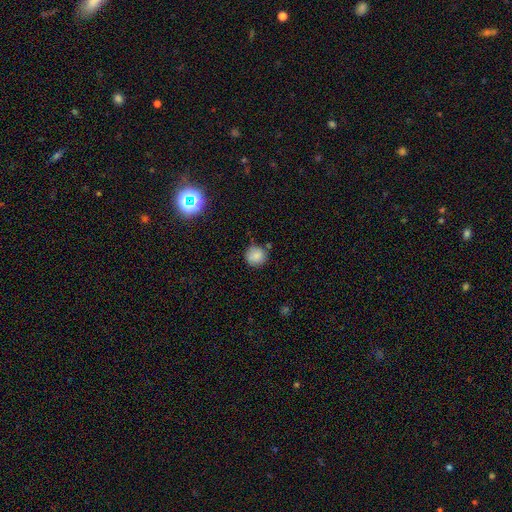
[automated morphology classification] This is clearly a smooth galaxy (83%). How rounded: clearly round (93%). Merging: likely none (77%).